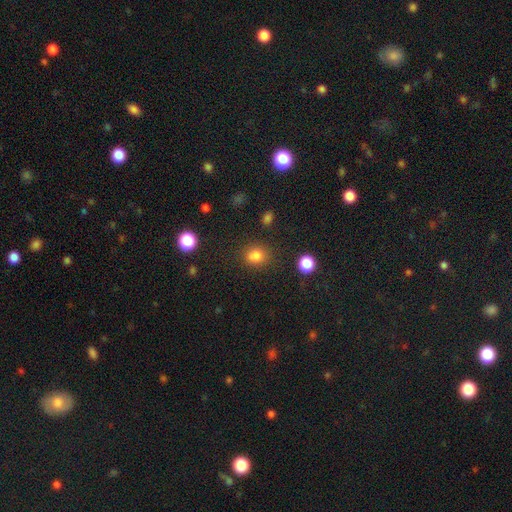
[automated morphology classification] type=smooth (80%); roundness=round (72%); merging=none (75%).